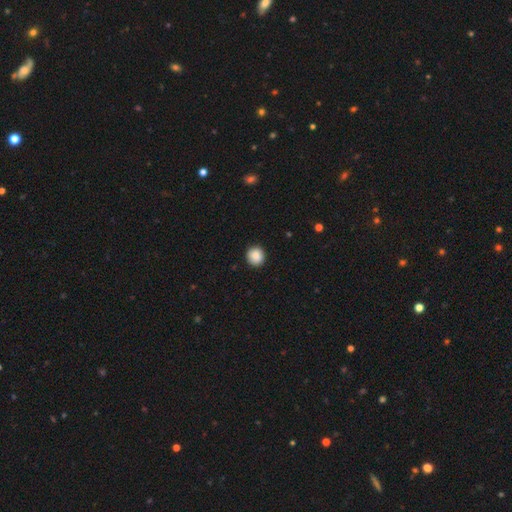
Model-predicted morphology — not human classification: Overall: smooth (88%). How rounded: round (90%). Merging: none (91%).